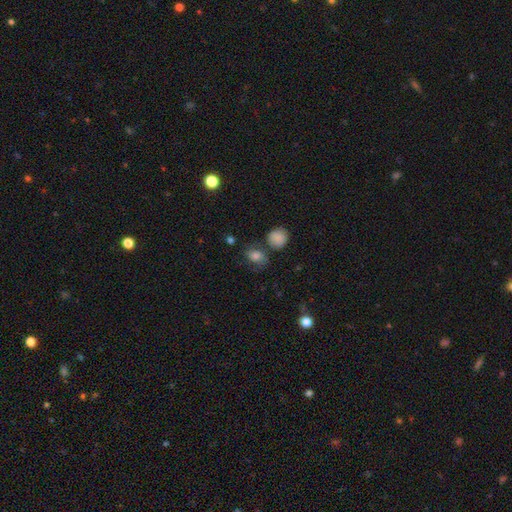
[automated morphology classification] A smooth galaxy with no disk features (75%) that is in between round and cigar-shaped (59%).

Vote fractions:
- Smooth or featured? smooth: 75% / featured or disk: 14% / star or artifact: 12%
- How rounded? in between: 59% / round: 40% / cigar-shaped: 2%
- Merging? none: 57% / minor disturbance: 21% / merger: 12% / major disturbance: 10%